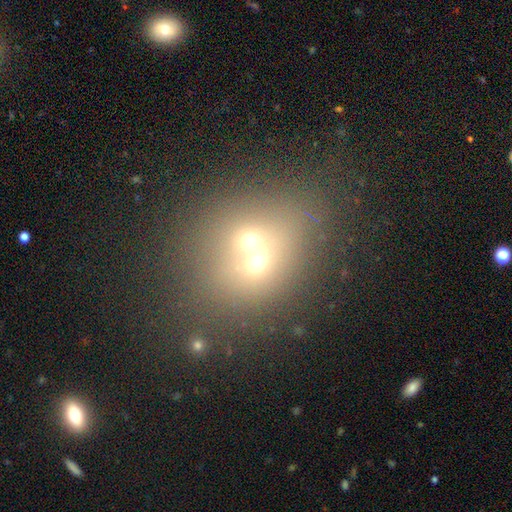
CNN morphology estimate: Overall: smooth (55%; featured or disk 24%). How rounded: round (65%; in between 34%). Merging: merger (60%; none 30%).